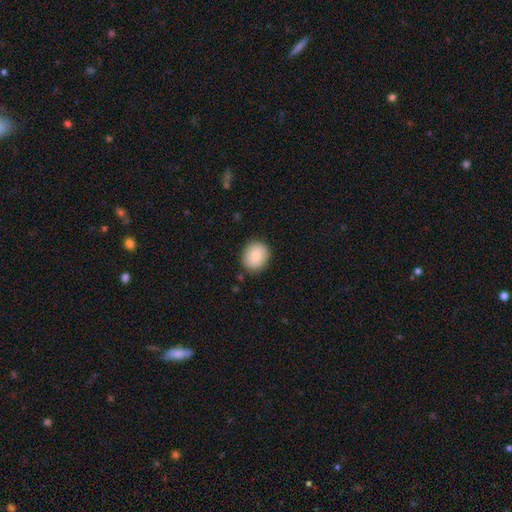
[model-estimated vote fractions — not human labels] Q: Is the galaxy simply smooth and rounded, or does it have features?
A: smooth — 82%.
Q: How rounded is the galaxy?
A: round — 81%.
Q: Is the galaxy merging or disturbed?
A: none — 88%.